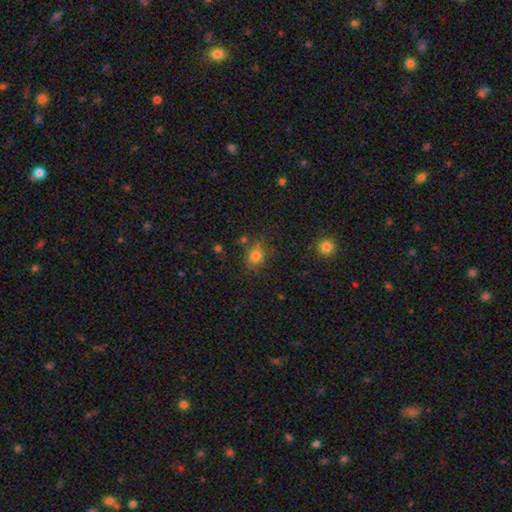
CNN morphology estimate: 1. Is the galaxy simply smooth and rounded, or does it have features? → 77% smooth, 16% star or artifact, 7% featured or disk.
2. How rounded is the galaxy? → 69% round, 29% in between, 1% cigar-shaped.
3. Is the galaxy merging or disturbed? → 73% none, 16% minor disturbance, 6% major disturbance, 5% merger.